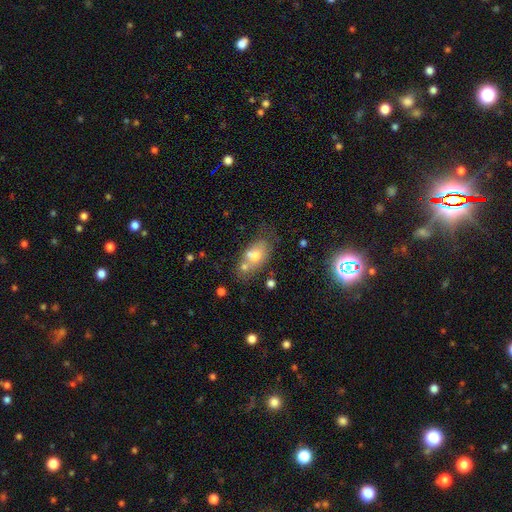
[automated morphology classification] This is likely a smooth galaxy (62%). How rounded: clearly in between (84%). Merging: marginally none (38%).